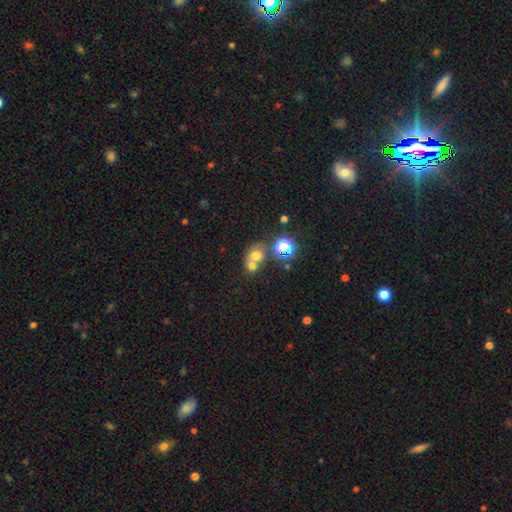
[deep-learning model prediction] A smooth galaxy with no disk features (65%) that is round (70%). Merging: merger (54%).